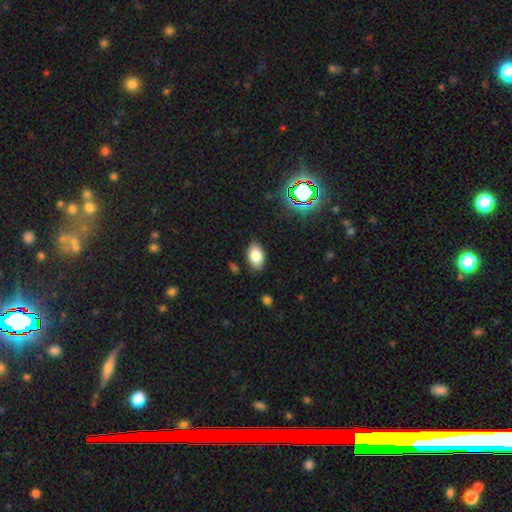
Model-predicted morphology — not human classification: A smooth galaxy with no disk features (83%) that is in between round and cigar-shaped (91%). Merging: none (86%).